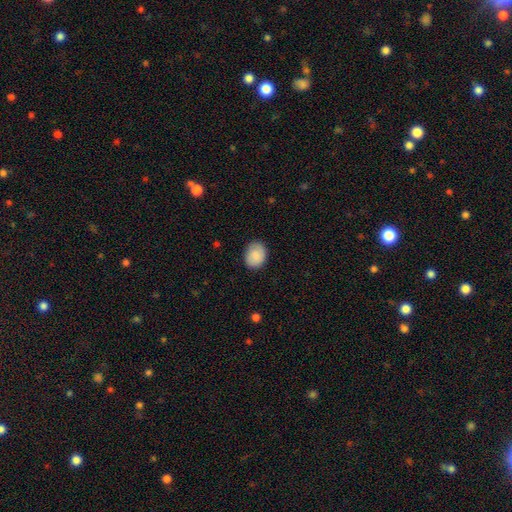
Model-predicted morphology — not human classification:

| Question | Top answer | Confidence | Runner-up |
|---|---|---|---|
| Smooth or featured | smooth | 88% | star or artifact (7%) |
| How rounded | in between | 59% | round (40%) |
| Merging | none | 84% | minor disturbance (12%) |